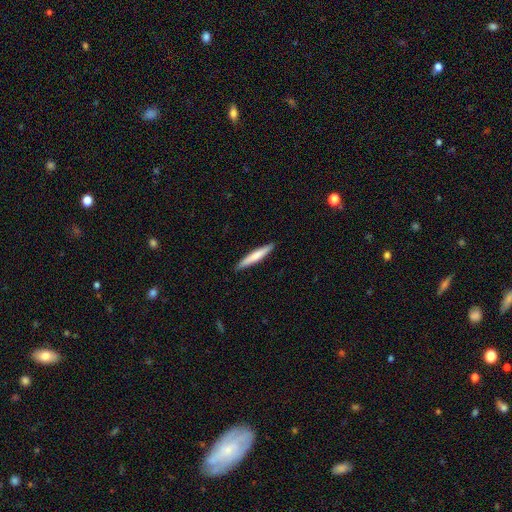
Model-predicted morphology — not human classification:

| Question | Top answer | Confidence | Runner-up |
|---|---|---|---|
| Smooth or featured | smooth | 66% | featured or disk (29%) |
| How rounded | cigar-shaped | 94% | in between (5%) |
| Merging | none | 90% | minor disturbance (7%) |